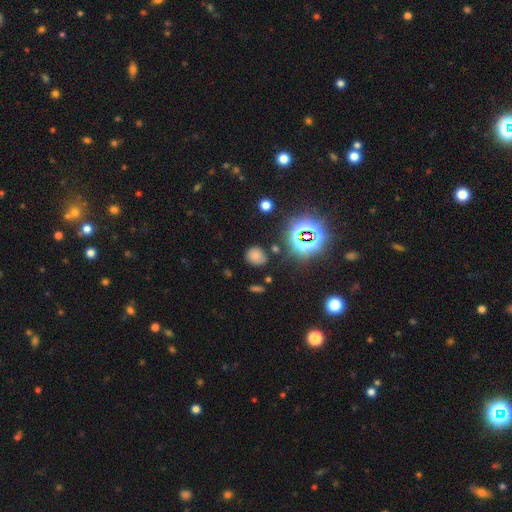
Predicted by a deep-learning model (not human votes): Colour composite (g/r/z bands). It shows a smooth galaxy with no disk features (67%) that is round (69%). Merging: none (76%).